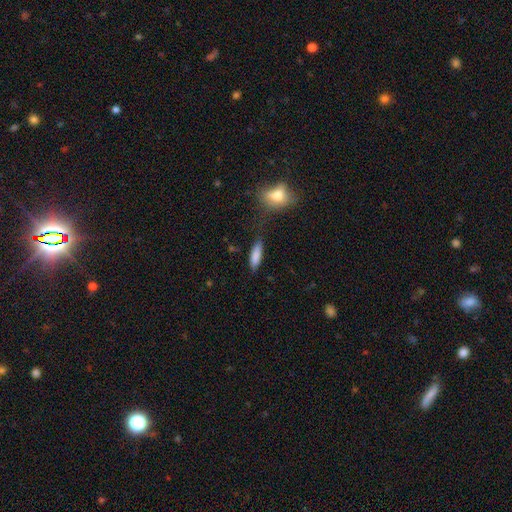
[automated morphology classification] smooth 84%, featured or disk 9%, star or artifact 7%. Down the decision tree: how rounded — cigar-shaped (51%); merging — none (73%).